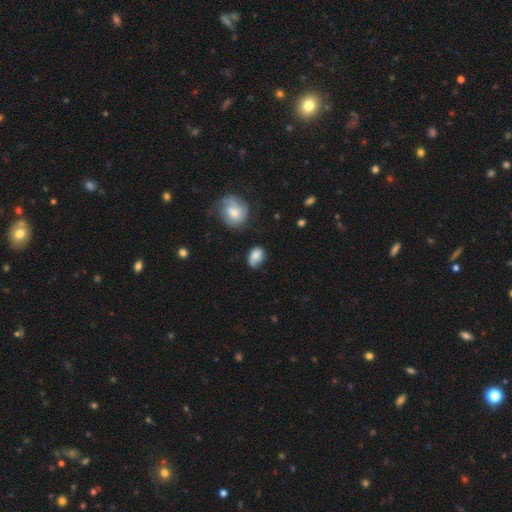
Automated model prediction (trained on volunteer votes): Q: Smooth or featured?
A: smooth (71%); runner-up: featured or disk (20%)
Q: How rounded?
A: in between (69%); runner-up: round (30%)
Q: Merging?
A: none (42%); runner-up: minor disturbance (34%)